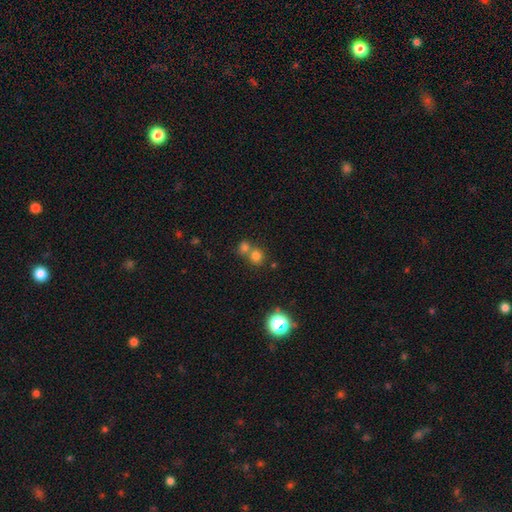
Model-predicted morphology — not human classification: A smooth galaxy with no disk features (74%) that is round (83%).

Vote fractions:
- Smooth or featured? smooth: 74% / star or artifact: 18% / featured or disk: 8%
- How rounded? round: 83% / in between: 16% / cigar-shaped: 1%
- Merging? none: 46% / merger: 45% / minor disturbance: 6% / major disturbance: 3%